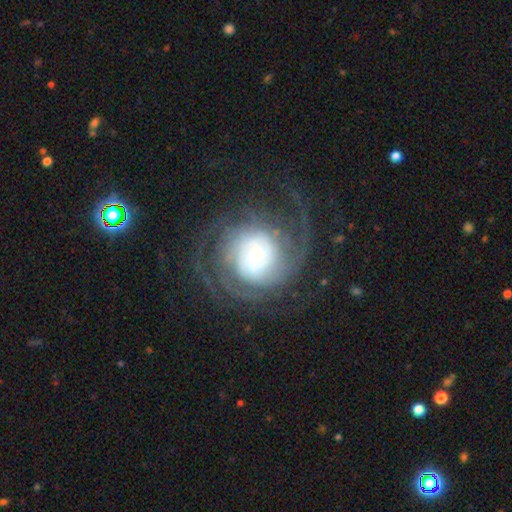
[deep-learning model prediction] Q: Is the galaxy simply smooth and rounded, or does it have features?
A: featured or disk — 86%.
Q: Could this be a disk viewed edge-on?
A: no — 97%.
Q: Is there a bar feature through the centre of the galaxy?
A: no — 68%.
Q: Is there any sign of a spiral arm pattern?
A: yes — 95%.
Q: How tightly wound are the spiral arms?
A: tight — 65%.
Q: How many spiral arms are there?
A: can't tell — 30%.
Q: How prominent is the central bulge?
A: small — 44%.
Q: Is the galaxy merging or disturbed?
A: none — 70%.